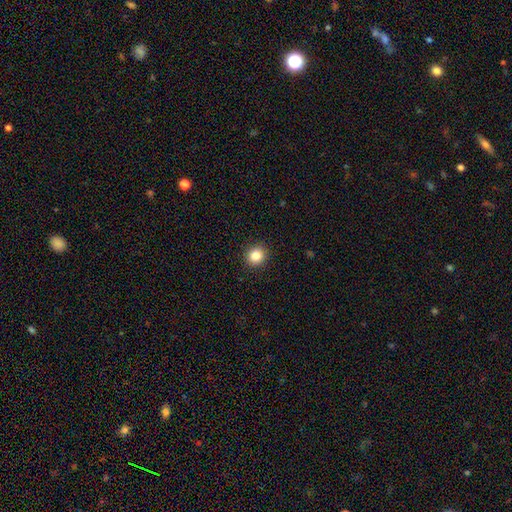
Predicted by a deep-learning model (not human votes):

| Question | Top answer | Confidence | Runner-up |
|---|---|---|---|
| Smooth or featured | smooth | 85% | star or artifact (11%) |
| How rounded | round | 84% | in between (15%) |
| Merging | none | 91% | minor disturbance (6%) |